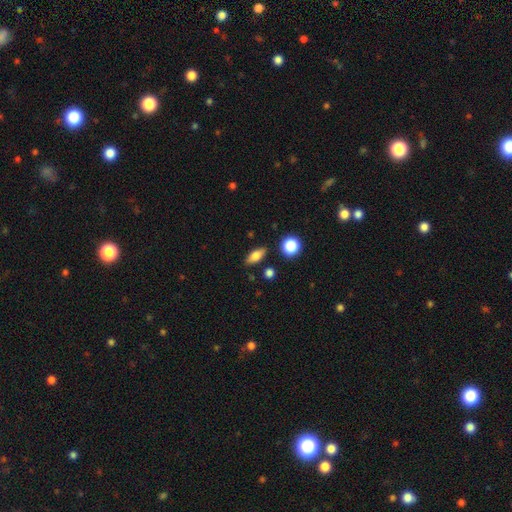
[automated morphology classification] type=smooth (74%); roundness=in between (75%); merging=none (85%).